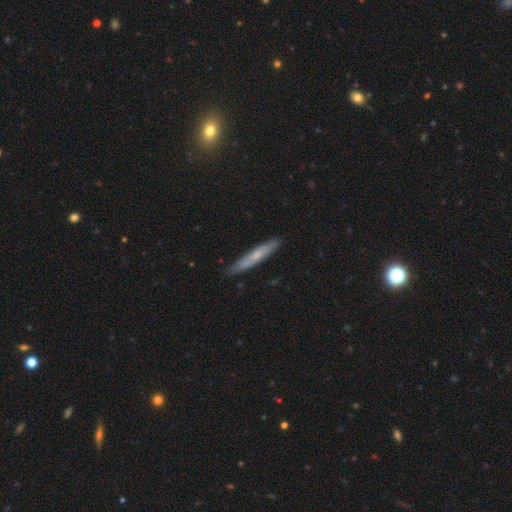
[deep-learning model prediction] Smooth or featured? smooth (51%)
How rounded? cigar-shaped (94%)
Merging? none (84%)